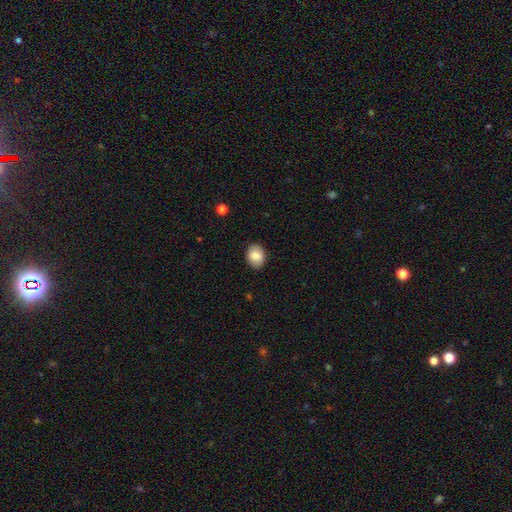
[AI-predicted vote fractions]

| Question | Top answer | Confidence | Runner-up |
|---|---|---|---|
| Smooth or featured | smooth | 86% | star or artifact (8%) |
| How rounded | in between | 54% | round (45%) |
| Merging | none | 88% | minor disturbance (9%) |